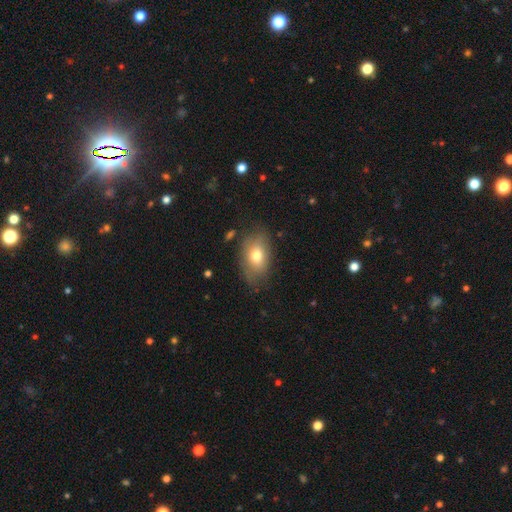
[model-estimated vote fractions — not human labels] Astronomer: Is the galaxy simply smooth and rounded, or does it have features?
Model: smooth — 73%.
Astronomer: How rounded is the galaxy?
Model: in between — 85%.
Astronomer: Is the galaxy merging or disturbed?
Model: none — 71%.